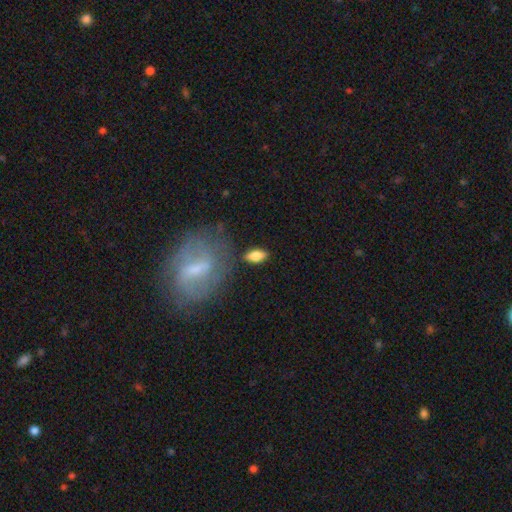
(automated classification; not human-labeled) Q: Smooth or featured?
A: smooth (78%); runner-up: featured or disk (15%)
Q: How rounded?
A: in between (86%); runner-up: cigar-shaped (9%)
Q: Merging?
A: none (81%); runner-up: minor disturbance (12%)